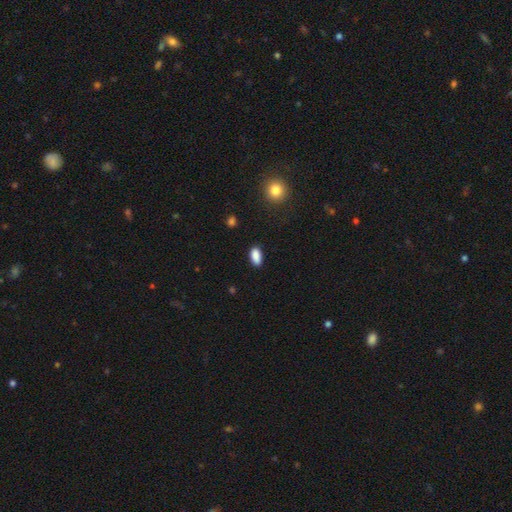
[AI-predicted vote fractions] Q: Smooth or featured?
A: smooth (88%); runner-up: star or artifact (8%)
Q: How rounded?
A: in between (90%); runner-up: cigar-shaped (7%)
Q: Merging?
A: none (85%); runner-up: minor disturbance (11%)